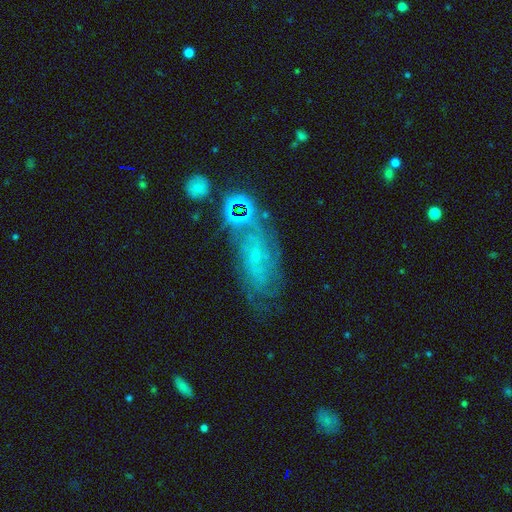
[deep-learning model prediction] Smooth or featured: featured or disk — 61% (smooth — 24%)
Edge-on disk: no — 90% (yes — 10%)
Bar: no — 60% (weak — 32%)
Spiral arms: yes — 77% (no — 23%)
Bulge size: small — 71% (none — 14%)
Merging: none — 56% (minor disturbance — 21%)